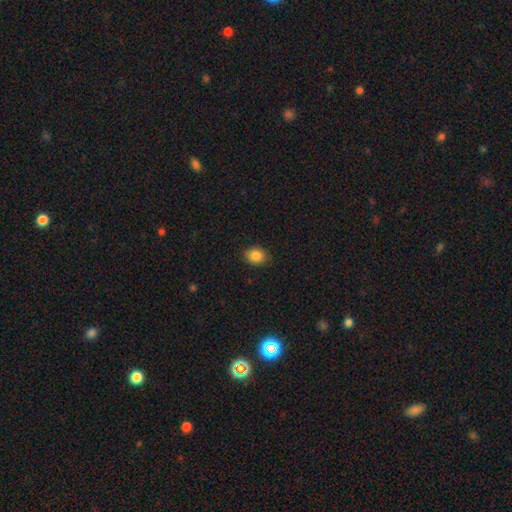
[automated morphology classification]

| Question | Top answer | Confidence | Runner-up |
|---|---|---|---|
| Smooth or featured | smooth | 86% | star or artifact (9%) |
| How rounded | in between | 50% | round (49%) |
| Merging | none | 86% | minor disturbance (10%) |